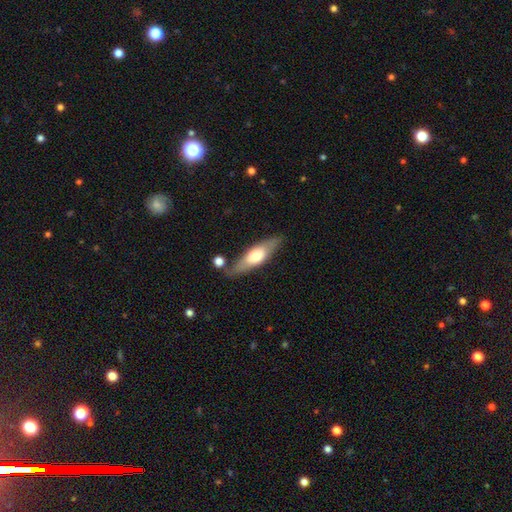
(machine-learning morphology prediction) smooth_or_featured: smooth (p=0.50) [alt: featured or disk p=0.45]
merging: none (p=0.75) [alt: minor disturbance p=0.14]